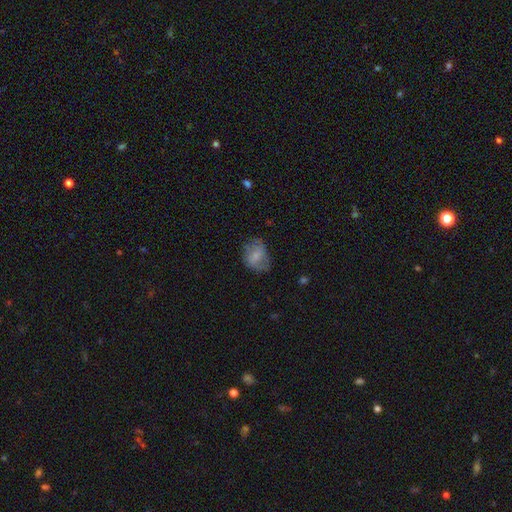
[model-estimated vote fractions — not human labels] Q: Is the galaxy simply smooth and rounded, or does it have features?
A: smooth — 61%.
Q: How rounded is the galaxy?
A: in between — 60%.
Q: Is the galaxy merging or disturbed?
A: none — 54%.